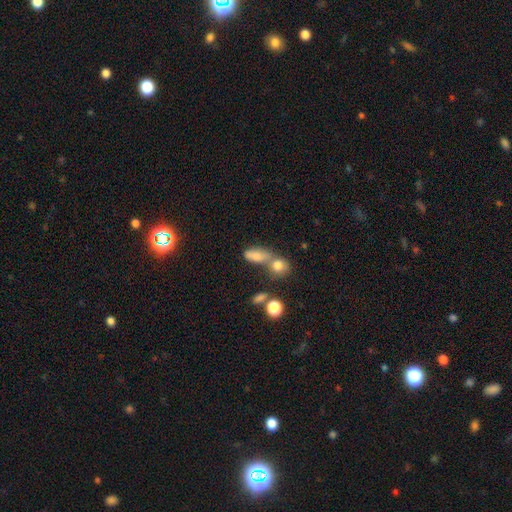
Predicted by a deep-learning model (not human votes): This appears to be a smooth galaxy with no disk features (74%) that is in between round and cigar-shaped (70%). Merging: merger (49%).